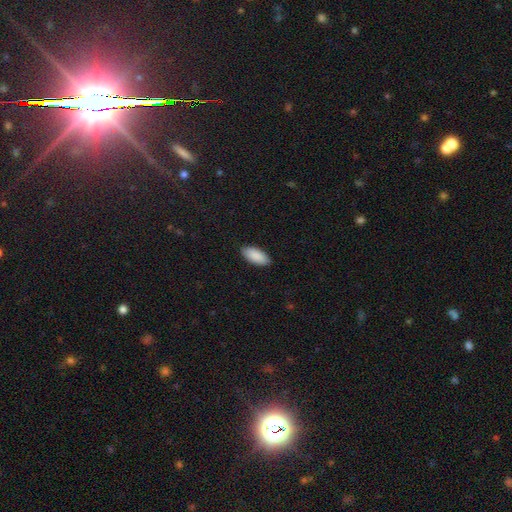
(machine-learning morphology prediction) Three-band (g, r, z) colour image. It shows a smooth galaxy with no disk features (91%) that is in between round and cigar-shaped (91%). Merging: none (88%).